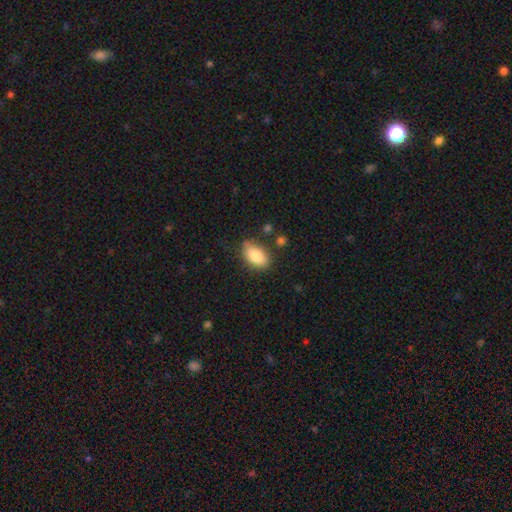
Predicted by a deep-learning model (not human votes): smooth_or_featured: smooth (p=0.83) [alt: featured or disk p=0.10]
how_rounded: in between (p=0.91) [alt: round p=0.06]
merging: none (p=0.74) [alt: minor disturbance p=0.18]